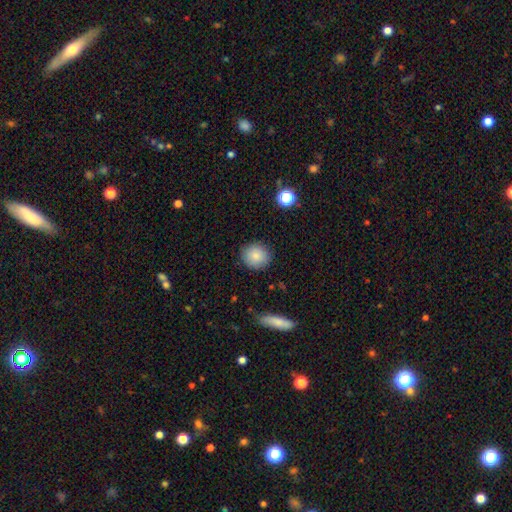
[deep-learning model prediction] Smooth or featured?
  - smooth: 85% *
  - star or artifact: 8%
  - featured or disk: 6%
How rounded?
  - round: 79% *
  - in between: 20%
  - cigar-shaped: 1%
Merging?
  - none: 87% *
  - minor disturbance: 9%
  - major disturbance: 2%
  - merger: 1%